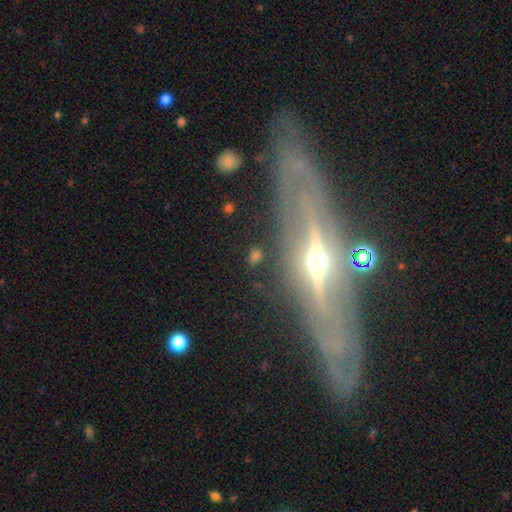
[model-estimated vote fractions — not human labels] Smooth or featured? featured or disk (53%)
Edge-on disk? yes (78%)
Merging? none (80%)